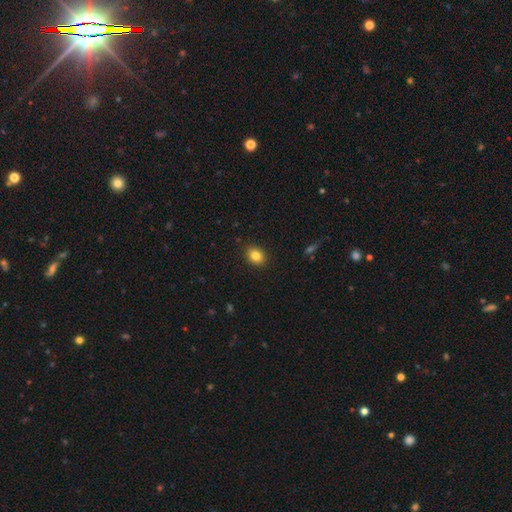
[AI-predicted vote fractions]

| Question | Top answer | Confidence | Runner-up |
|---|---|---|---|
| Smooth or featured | smooth | 84% | star or artifact (10%) |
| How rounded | round | 51% | in between (48%) |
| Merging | none | 90% | minor disturbance (7%) |